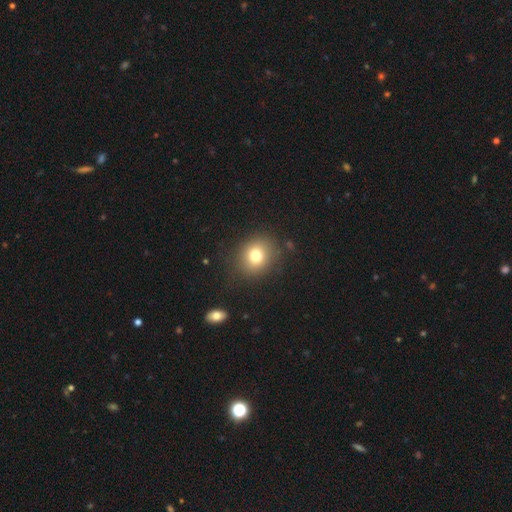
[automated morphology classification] This appears to be a smooth galaxy with no disk features (77%) that is round (74%). Merging: none (85%).